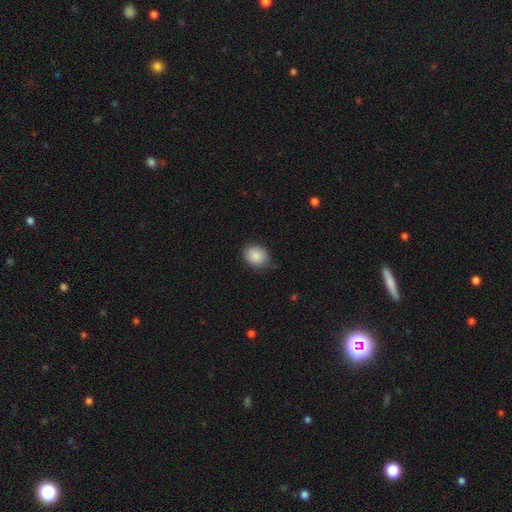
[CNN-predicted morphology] Smooth or featured: smooth — 88% (star or artifact — 8%)
How rounded: round — 50% (in between — 49%)
Merging: none — 81% (minor disturbance — 15%)